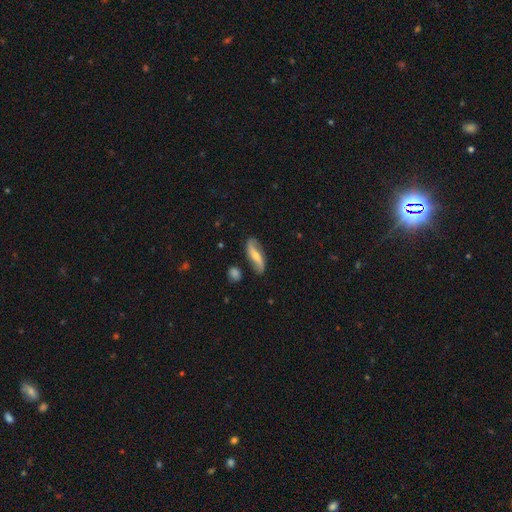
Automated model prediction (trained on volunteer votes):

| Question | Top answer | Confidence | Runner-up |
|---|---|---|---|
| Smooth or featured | featured or disk | 68% | smooth (26%) |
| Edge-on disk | no | 84% | yes (16%) |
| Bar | strong | 38% | no (32%) |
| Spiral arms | yes | 89% | no (11%) |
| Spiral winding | loose | 72% | medium (19%) |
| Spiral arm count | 2 | 90% | can't tell (4%) |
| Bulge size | small | 46% | moderate (45%) |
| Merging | none | 76% | minor disturbance (16%) |